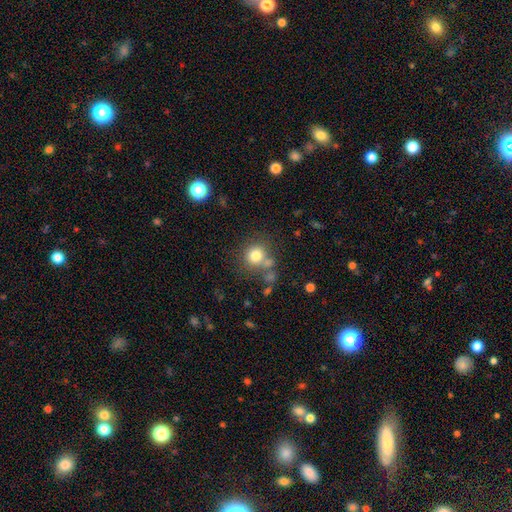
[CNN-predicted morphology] Smooth or featured?
  - smooth: 79% *
  - star or artifact: 12%
  - featured or disk: 9%
How rounded?
  - round: 86% *
  - in between: 13%
  - cigar-shaped: 1%
Merging?
  - none: 65% *
  - merger: 17%
  - minor disturbance: 12%
  - major disturbance: 6%